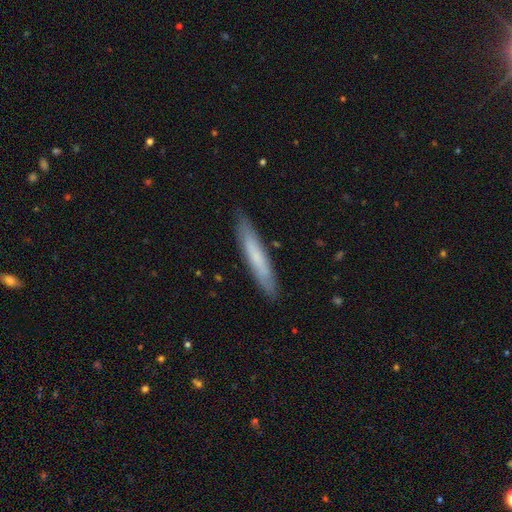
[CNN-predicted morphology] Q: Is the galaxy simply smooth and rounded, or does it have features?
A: smooth — 64%.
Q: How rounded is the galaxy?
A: cigar-shaped — 93%.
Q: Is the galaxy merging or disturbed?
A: none — 88%.